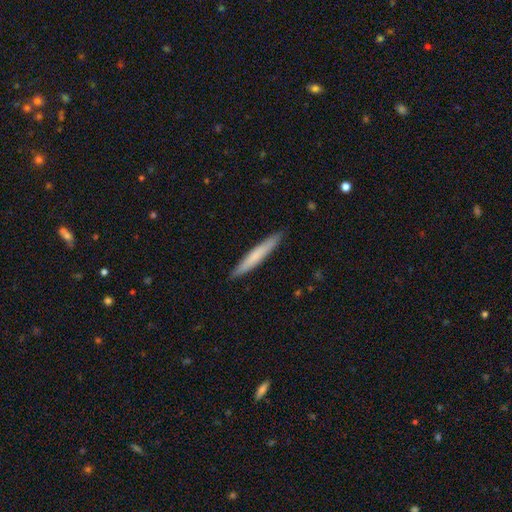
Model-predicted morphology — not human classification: Smooth or featured?
  - smooth: 67% *
  - featured or disk: 28%
  - star or artifact: 5%
How rounded?
  - cigar-shaped: 96% *
  - in between: 3%
  - round: 1%
Merging?
  - none: 91% *
  - minor disturbance: 6%
  - major disturbance: 1%
  - merger: 1%